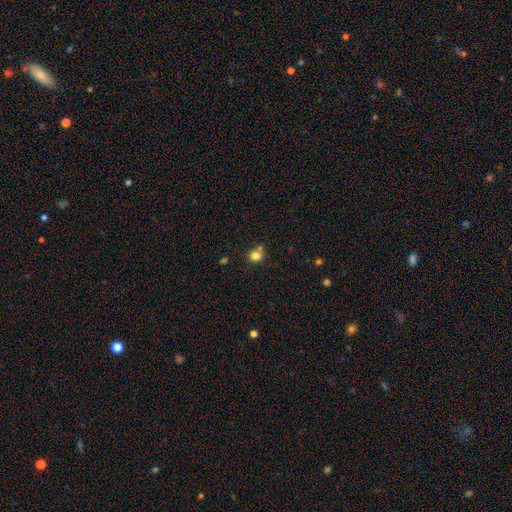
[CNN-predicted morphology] smooth-or-featured: smooth: 80% | star or artifact: 13% | featured or disk: 7%
  how-rounded: round: 75% | in between: 24% | cigar-shaped: 1%
  merging: none: 60% | merger: 23% | minor disturbance: 13% | major disturbance: 4%